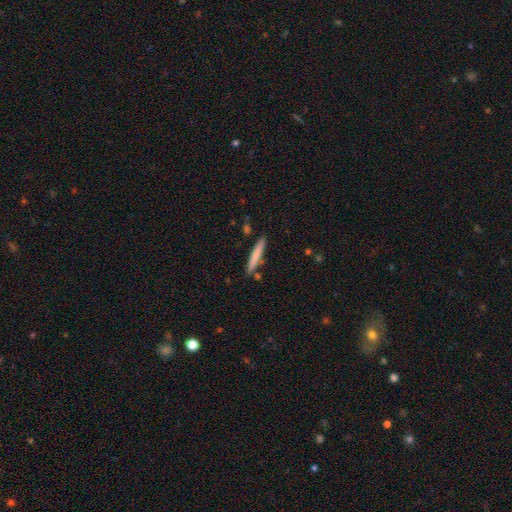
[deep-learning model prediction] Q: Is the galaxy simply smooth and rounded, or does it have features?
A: smooth — 73%.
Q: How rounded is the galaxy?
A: cigar-shaped — 94%.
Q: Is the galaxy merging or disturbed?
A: none — 83%.